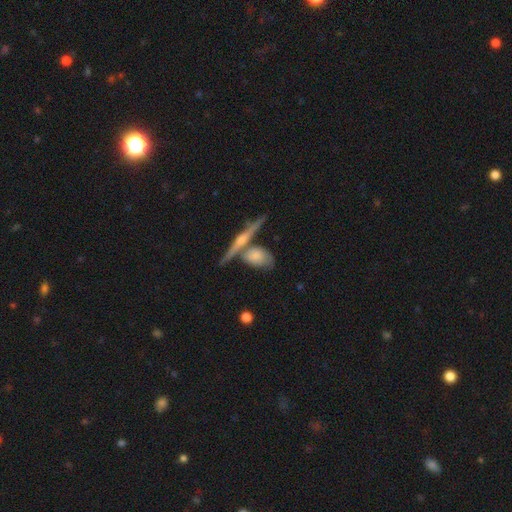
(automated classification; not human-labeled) smooth 55%, featured or disk 39%, star or artifact 6%. Down the decision tree: how rounded — in between (61%); merging — none (48%).